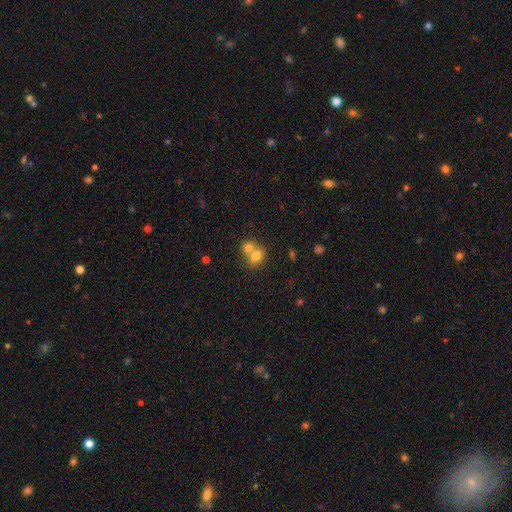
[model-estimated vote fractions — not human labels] The model was most divided on "how rounded": round: 64%, in between: 35%, cigar-shaped: 1%. More confident: smooth or featured — smooth (75%); merging — merger (63%).